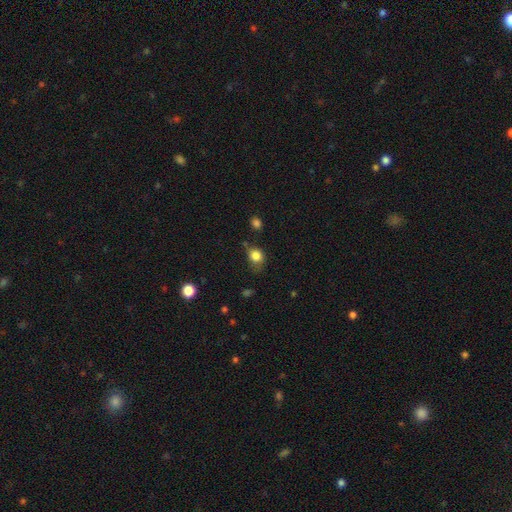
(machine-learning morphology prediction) smooth-or-featured: smooth: 82% | star or artifact: 11% | featured or disk: 7%
  how-rounded: round: 60% | in between: 39% | cigar-shaped: 1%
  merging: none: 48% | minor disturbance: 33% | major disturbance: 15% | merger: 4%